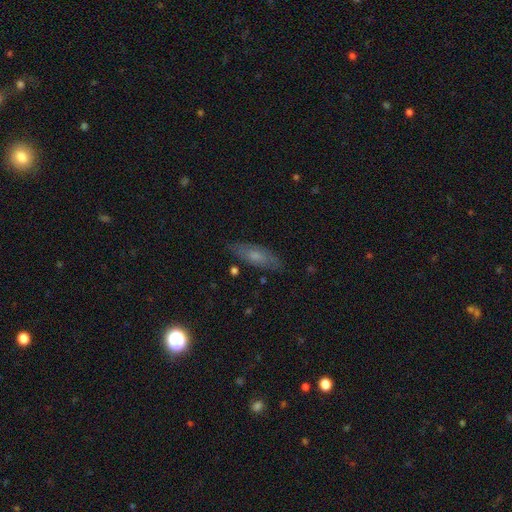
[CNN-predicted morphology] Smooth or featured? smooth (56%)
How rounded? in between (53%)
Merging? none (82%)